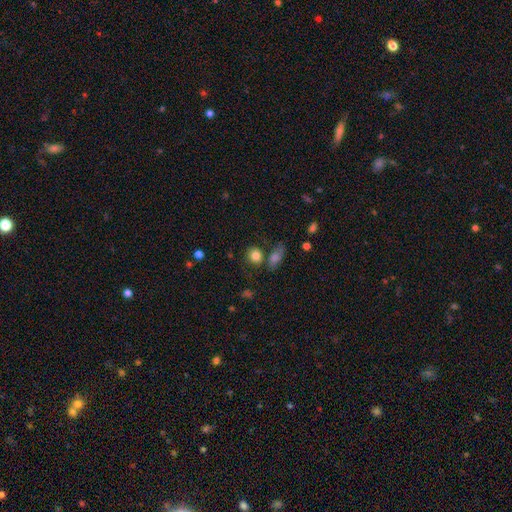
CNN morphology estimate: A smooth galaxy with no disk features (83%) that is round (69%). Merging: none (69%).